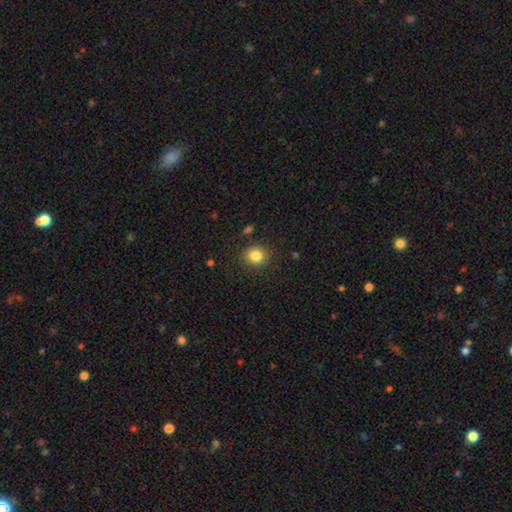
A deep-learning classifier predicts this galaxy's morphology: type=smooth (83%); roundness=round (79%); merging=none (86%).